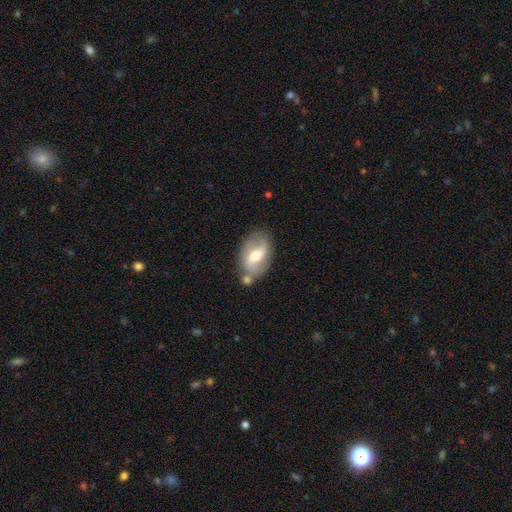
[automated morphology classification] Smooth or featured? Predicted: featured or disk (p=0.69). Edge-on disk? Predicted: no (p=0.95). Bar? Predicted: weak (p=0.46). Spiral arms? Predicted: yes (p=0.81). Spiral winding? Predicted: loose (p=0.47). Spiral arm count? Predicted: 2 (p=0.86). Bulge size? Predicted: moderate (p=0.67). Merging? Predicted: none (p=0.66).